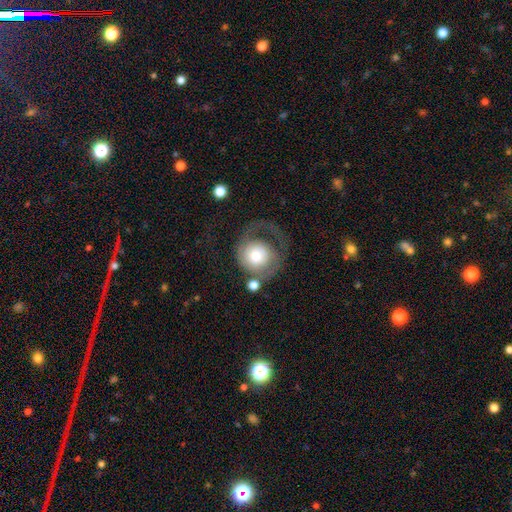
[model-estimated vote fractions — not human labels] Q: Smooth or featured?
A: featured or disk (49%); runner-up: smooth (45%)
Q: Merging?
A: major disturbance (41%); runner-up: none (32%)